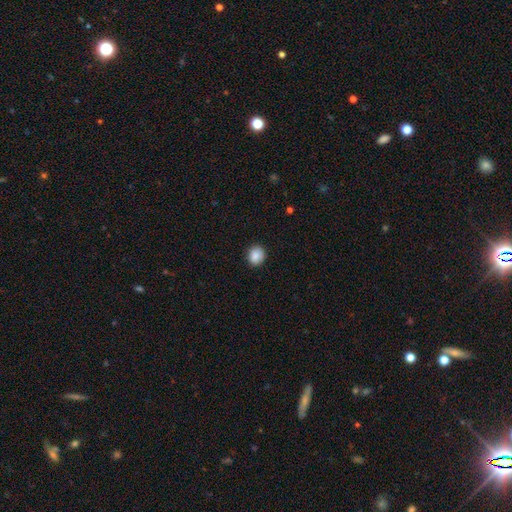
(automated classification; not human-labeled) This is clearly a smooth galaxy (87%). How rounded: likely round (73%). Merging: clearly none (87%).